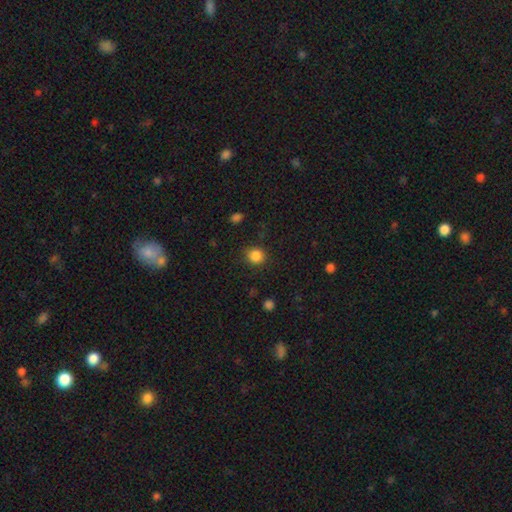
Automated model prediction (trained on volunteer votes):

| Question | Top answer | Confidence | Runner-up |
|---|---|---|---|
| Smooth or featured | smooth | 85% | star or artifact (11%) |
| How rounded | round | 88% | in between (11%) |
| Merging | none | 85% | minor disturbance (10%) |